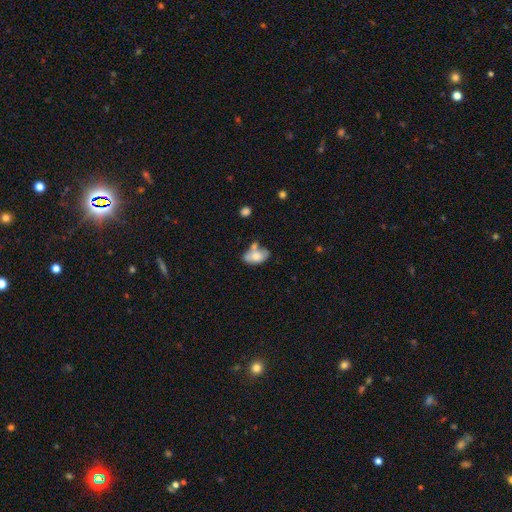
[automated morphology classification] A smooth galaxy with no disk features (65%) that is in between round and cigar-shaped (90%). Merging: none (38%).